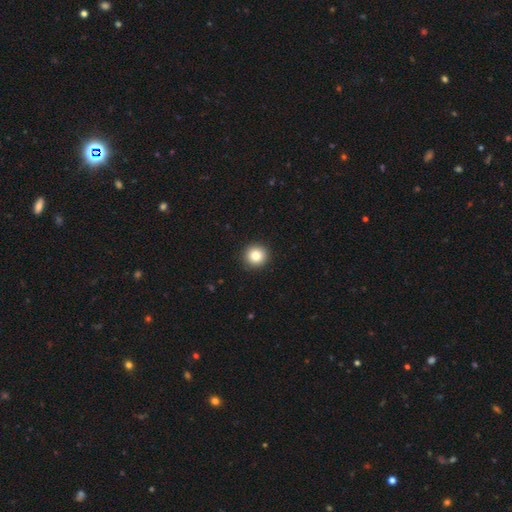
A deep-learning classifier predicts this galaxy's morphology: Overall: smooth (84%). How rounded: round (95%). Merging: none (93%).